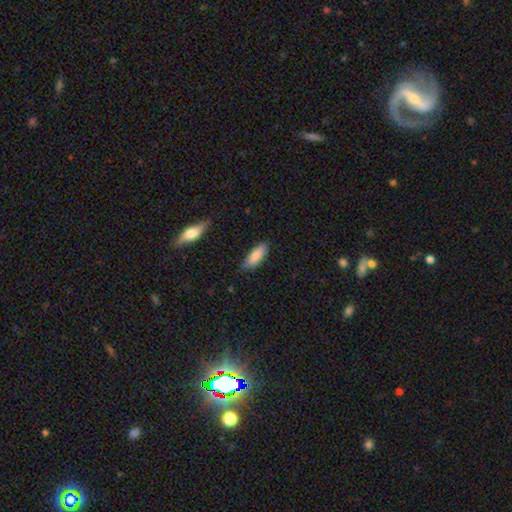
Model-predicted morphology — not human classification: Q: Smooth or featured?
A: smooth (83%); runner-up: featured or disk (11%)
Q: How rounded?
A: in between (66%); runner-up: cigar-shaped (33%)
Q: Merging?
A: none (82%); runner-up: minor disturbance (14%)